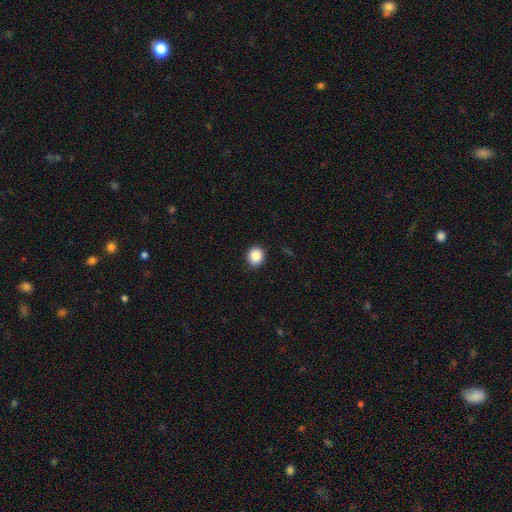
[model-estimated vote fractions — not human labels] Morphology: type=smooth (88%); roundness=round (75%); merging=none (90%).